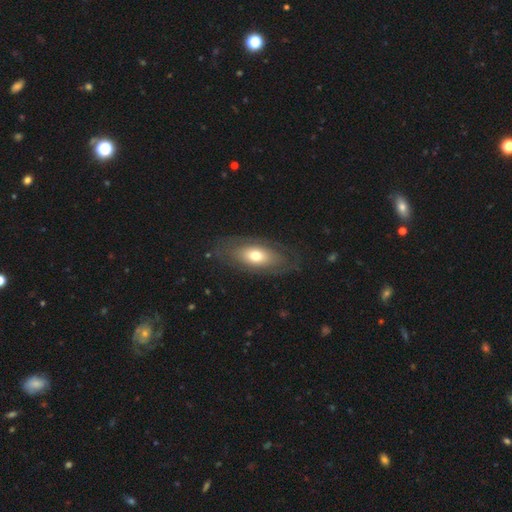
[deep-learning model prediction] A smooth galaxy with no disk features (52%) that is in between round and cigar-shaped (88%).

Vote fractions:
- Smooth or featured? smooth: 52% / featured or disk: 41% / star or artifact: 7%
- How rounded? in between: 88% / cigar-shaped: 6% / round: 6%
- Merging? none: 77% / minor disturbance: 14% / major disturbance: 7% / merger: 1%